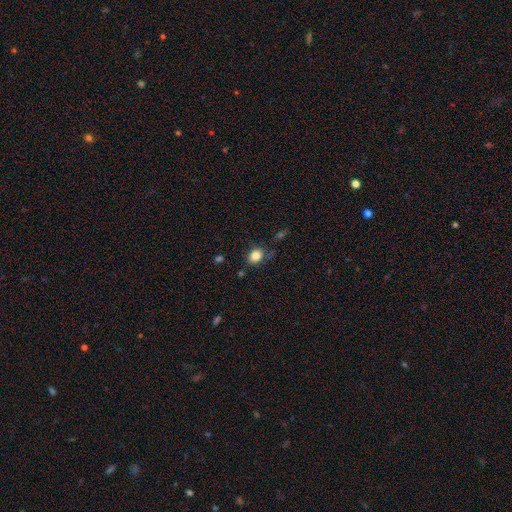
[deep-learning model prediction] smooth_or_featured: smooth (p=0.83) [alt: star or artifact p=0.10]
how_rounded: in between (p=0.59) [alt: round p=0.40]
merging: none (p=0.72) [alt: minor disturbance p=0.19]